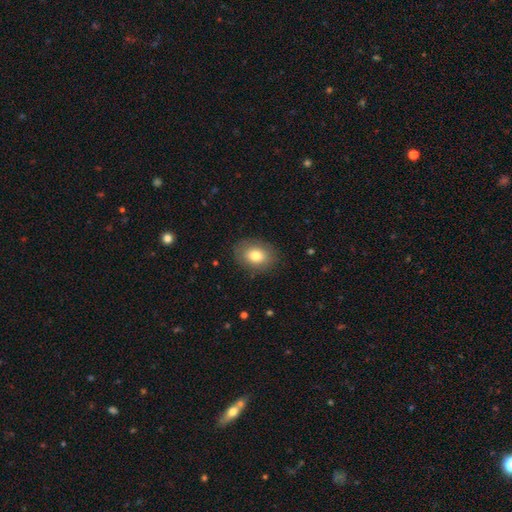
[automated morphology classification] smooth_or_featured: smooth (p=0.78) [alt: featured or disk p=0.13]
how_rounded: in between (p=0.65) [alt: round p=0.34]
merging: none (p=0.85) [alt: minor disturbance p=0.11]